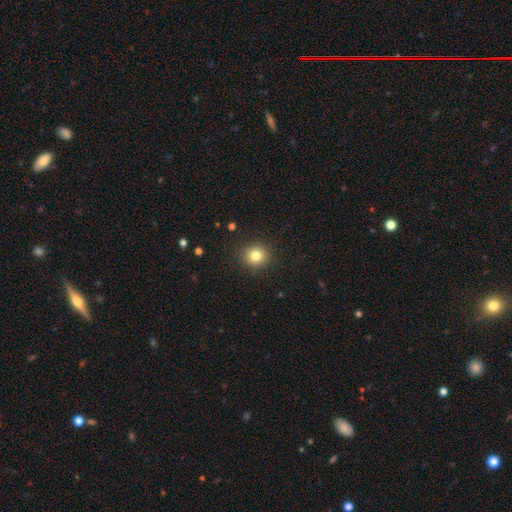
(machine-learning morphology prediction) Smooth or featured? smooth (80%)
How rounded? round (91%)
Merging? none (91%)